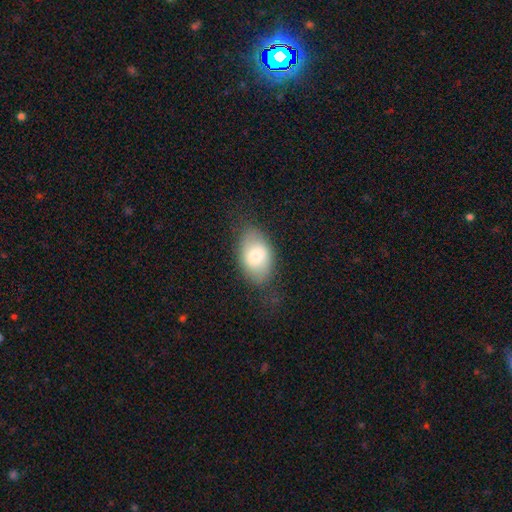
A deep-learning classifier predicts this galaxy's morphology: Smooth or featured? smooth (74%)
How rounded? in between (90%)
Merging? none (71%)